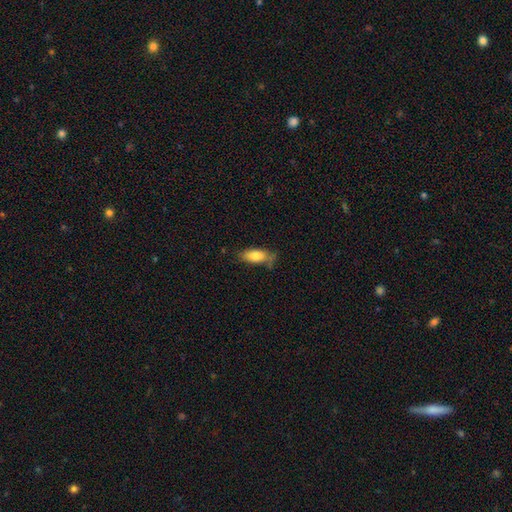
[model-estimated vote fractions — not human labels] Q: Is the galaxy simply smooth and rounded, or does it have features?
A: smooth — 79%.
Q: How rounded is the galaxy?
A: in between — 82%.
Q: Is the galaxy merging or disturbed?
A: none — 62%.